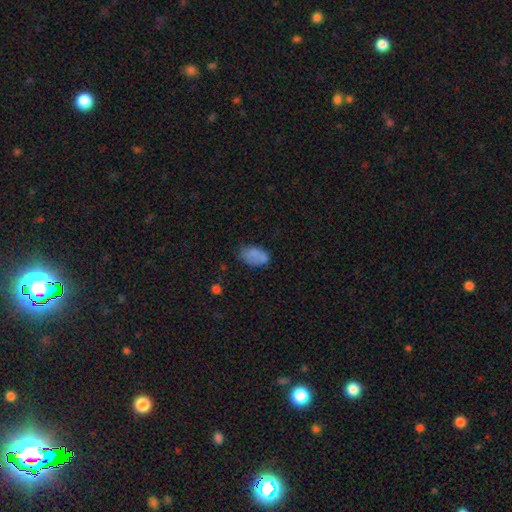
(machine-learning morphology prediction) A smooth galaxy with no disk features (78%) that is in between round and cigar-shaped (91%).

Vote fractions:
- Smooth or featured? smooth: 78% / featured or disk: 12% / star or artifact: 10%
- How rounded? in between: 91% / round: 8% / cigar-shaped: 1%
- Merging? none: 61% / minor disturbance: 24% / merger: 8% / major disturbance: 8%